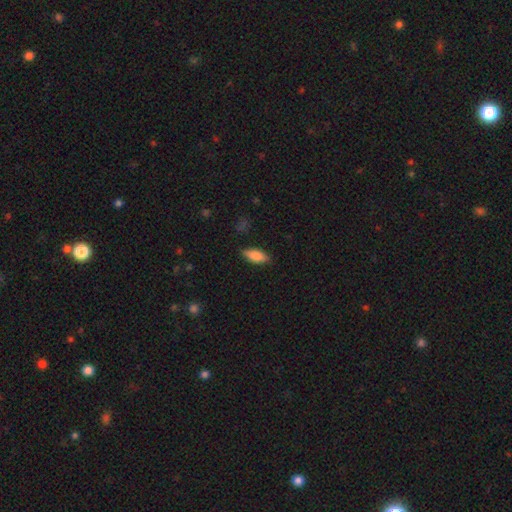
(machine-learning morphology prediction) This is clearly a smooth galaxy (81%). How rounded: likely in between (79%). Merging: clearly none (83%).